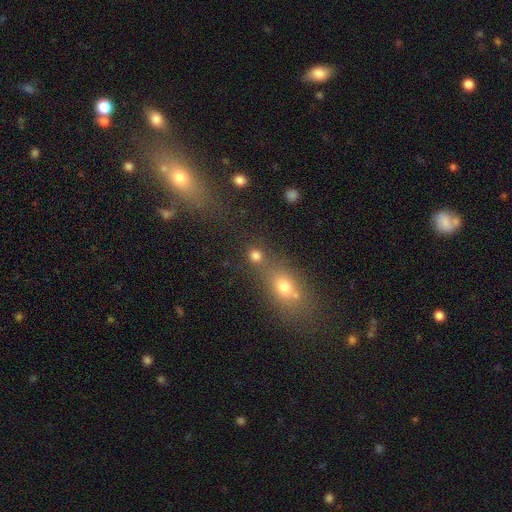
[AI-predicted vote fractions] smooth 78%, star or artifact 16%, featured or disk 7%. Down the decision tree: how rounded — round (82%); merging — none (61%).